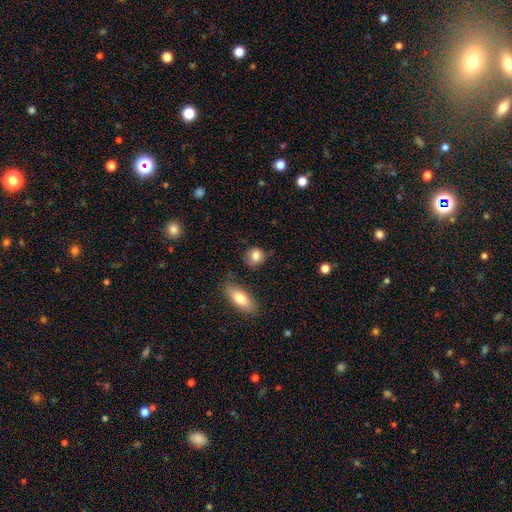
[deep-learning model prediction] Smooth or featured: smooth — 82% (featured or disk — 9%)
How rounded: round — 71% (in between — 27%)
Merging: none — 74% (minor disturbance — 18%)